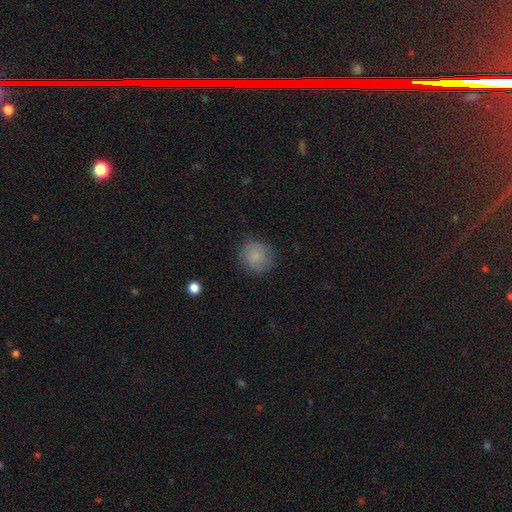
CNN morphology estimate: Overall: smooth (77%). How rounded: round (90%). Merging: none (83%).